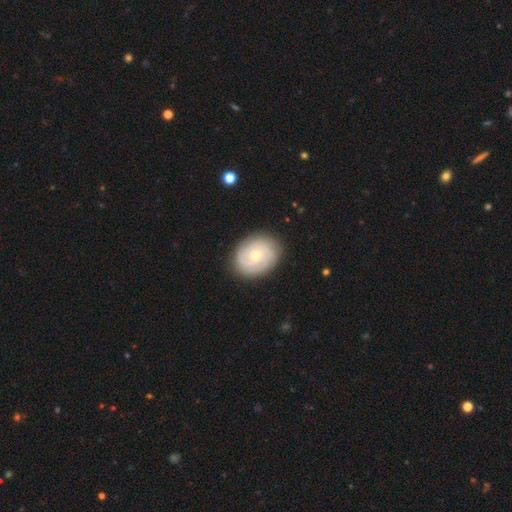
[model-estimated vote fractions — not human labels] This appears to be a featured or disk galaxy (73%) with no bar (74%), 2 (31%) tight (67%) spiral arms (91%) and a small central bulge (60%). Merging: none (84%).